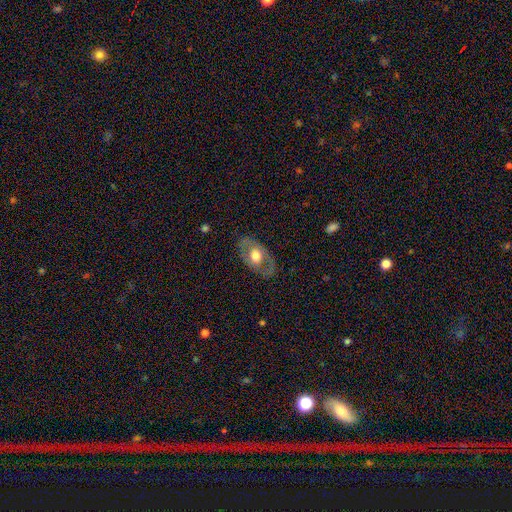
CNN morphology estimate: Smooth or featured? featured or disk (53%)
Edge-on disk? no (88%)
Merging? none (77%)